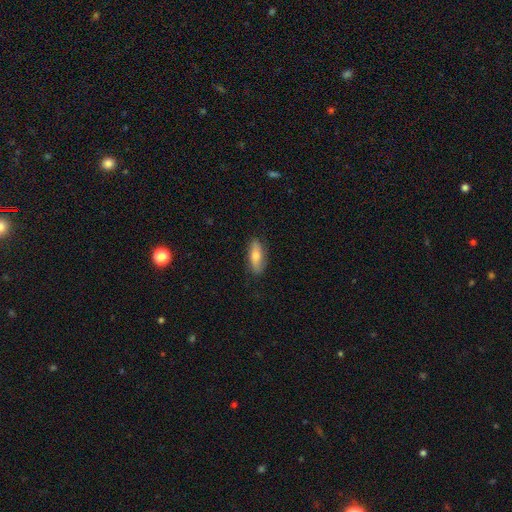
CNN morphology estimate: smooth-or-featured: smooth: 62% | featured or disk: 31% | star or artifact: 7%
  how-rounded: in between: 62% | cigar-shaped: 35% | round: 3%
  merging: none: 83% | minor disturbance: 13% | major disturbance: 3% | merger: 1%